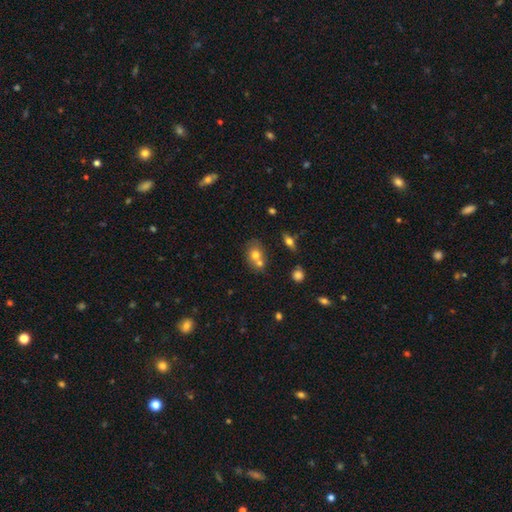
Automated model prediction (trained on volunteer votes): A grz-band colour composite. It shows a smooth galaxy with no disk features (68%) that is in between round and cigar-shaped (51%). Merging: merger (51%).